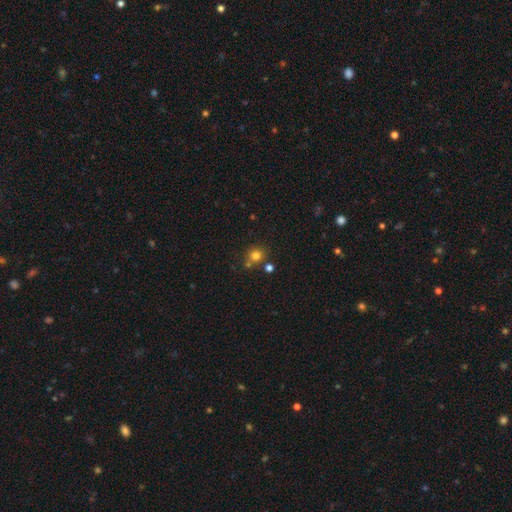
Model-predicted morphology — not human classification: Smooth or featured?
  - smooth: 78% *
  - star or artifact: 15%
  - featured or disk: 7%
How rounded?
  - round: 87% *
  - in between: 12%
  - cigar-shaped: 1%
Merging?
  - none: 72% *
  - merger: 16%
  - minor disturbance: 9%
  - major disturbance: 3%